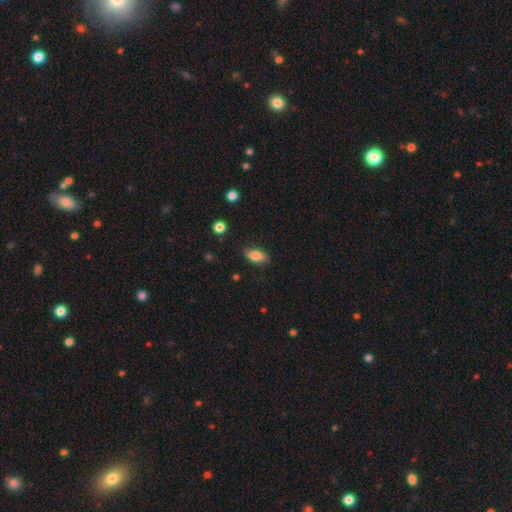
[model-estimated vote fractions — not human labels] Smooth or featured? Predicted: smooth (p=0.83). How rounded? Predicted: in between (p=0.88). Merging? Predicted: none (p=0.81).